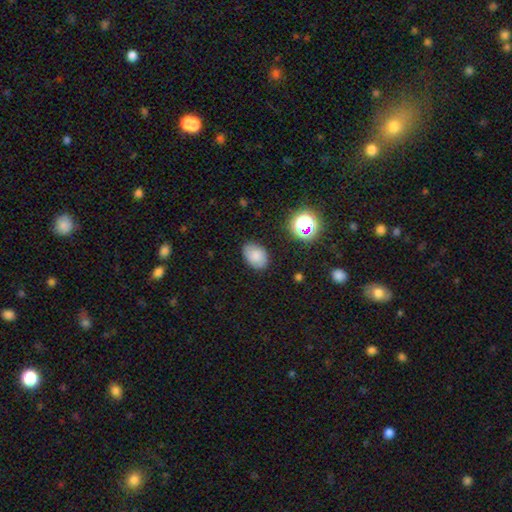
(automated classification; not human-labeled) This appears to be a smooth galaxy with no disk features (78%) that is in between round and cigar-shaped (80%). Merging: none (81%).